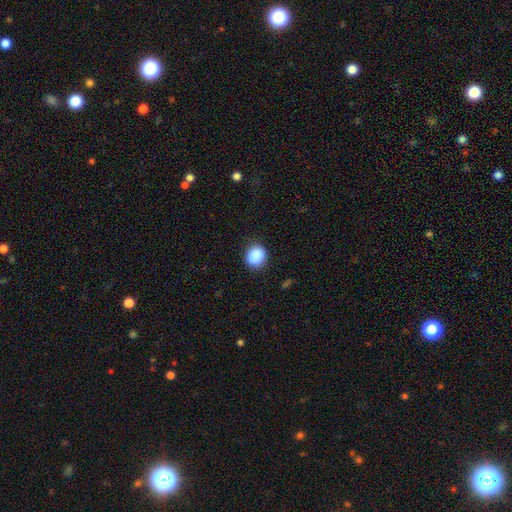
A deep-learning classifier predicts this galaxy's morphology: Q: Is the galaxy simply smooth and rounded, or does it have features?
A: smooth — 89%.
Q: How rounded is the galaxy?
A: round — 73%.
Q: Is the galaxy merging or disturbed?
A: none — 85%.